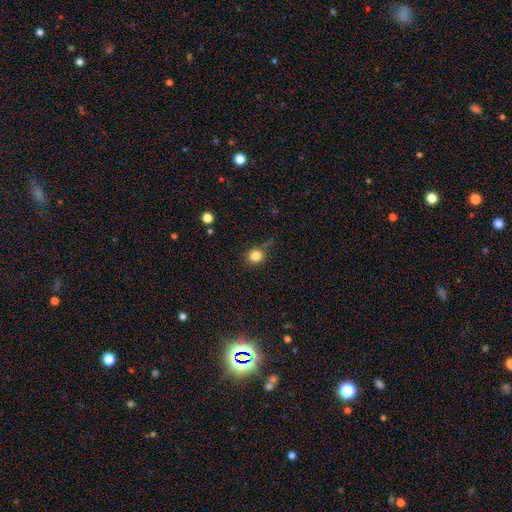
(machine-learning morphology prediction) The model was most divided on "how rounded": round: 82%, in between: 17%, cigar-shaped: 1%. More confident: smooth or featured — smooth (83%); merging — none (79%).